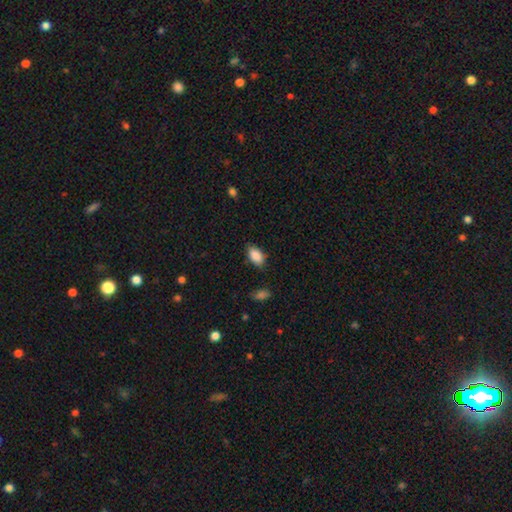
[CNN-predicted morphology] This appears to be a smooth galaxy with no disk features (89%) that is in between round and cigar-shaped (92%). Merging: none (80%).